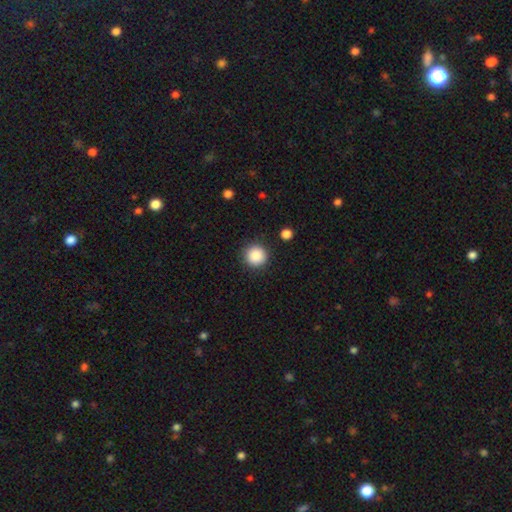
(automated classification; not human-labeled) smooth-or-featured: smooth: 88% | star or artifact: 9% | featured or disk: 3%
  how-rounded: round: 95% | in between: 4% | cigar-shaped: 1%
  merging: none: 90% | minor disturbance: 6% | major disturbance: 2% | merger: 2%